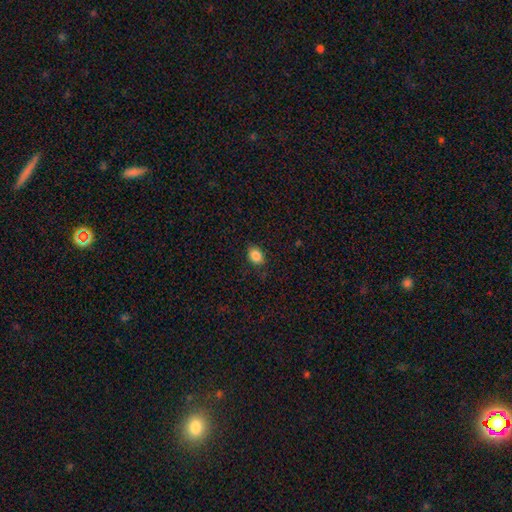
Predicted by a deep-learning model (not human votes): Smooth or featured: smooth — 86% (star or artifact — 9%)
How rounded: in between — 71% (round — 28%)
Merging: none — 82% (minor disturbance — 13%)